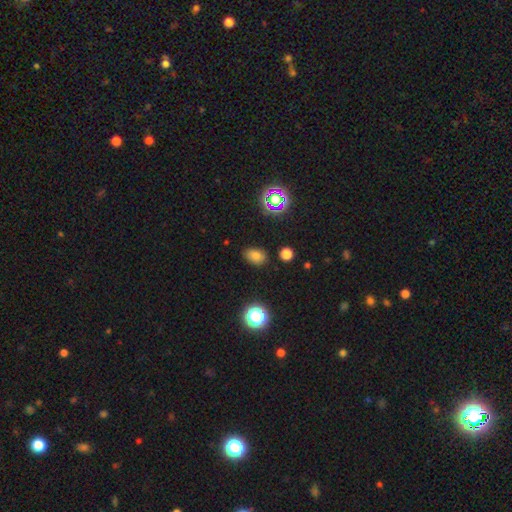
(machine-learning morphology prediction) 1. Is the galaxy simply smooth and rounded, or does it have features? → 75% smooth, 18% star or artifact, 8% featured or disk.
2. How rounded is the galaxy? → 79% in between, 20% round, 1% cigar-shaped.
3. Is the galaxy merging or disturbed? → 84% none, 11% minor disturbance, 3% major disturbance, 2% merger.